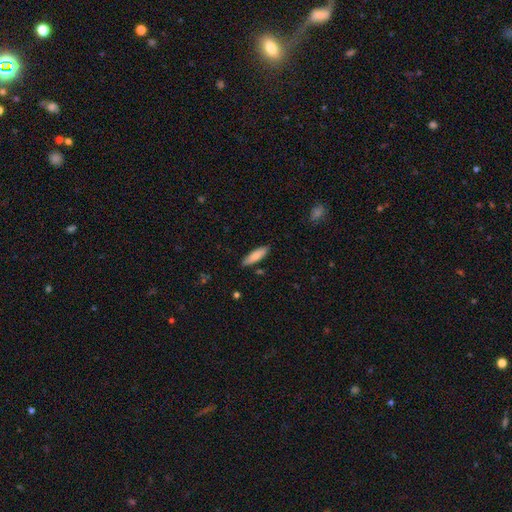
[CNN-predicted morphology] This appears to be a smooth galaxy with no disk features (82%) that is cigar-shaped (59%). Merging: none (85%).